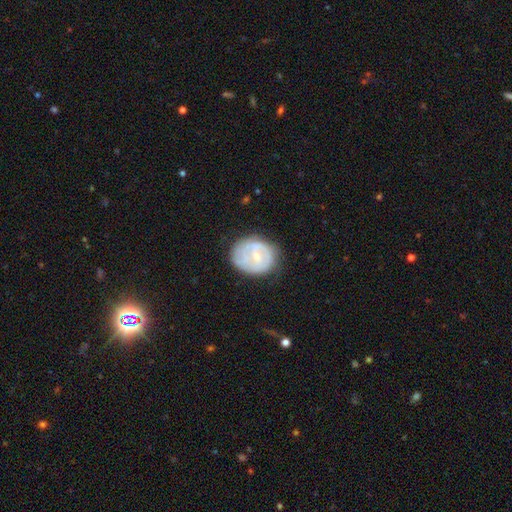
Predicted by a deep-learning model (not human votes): A featured or disk galaxy (56%) with no bar (54%), spiral arms (58%) and a small central bulge (64%). Merging: none (62%).